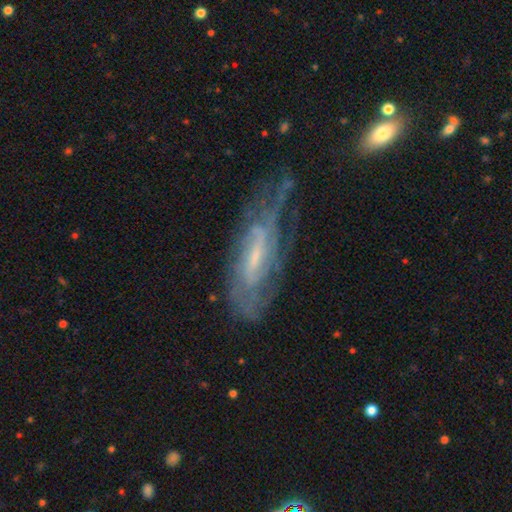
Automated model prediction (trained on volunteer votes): Smooth or featured? featured or disk (74%)
Edge-on disk? no (78%)
Bar? weak (47%)
Spiral arms? yes (78%)
Bulge size? small (55%)
Merging? none (53%)